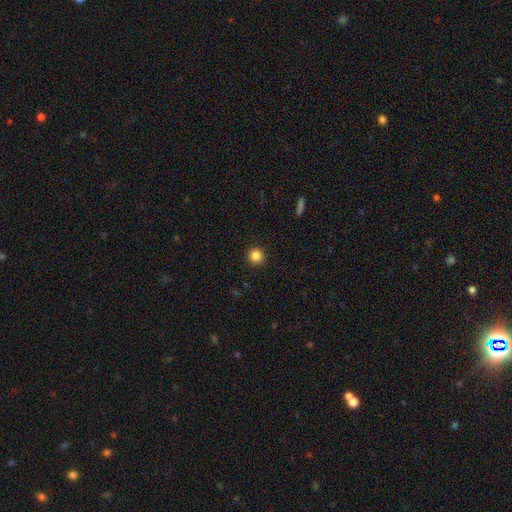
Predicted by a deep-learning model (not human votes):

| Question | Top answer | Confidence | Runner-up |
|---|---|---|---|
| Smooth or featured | smooth | 85% | star or artifact (11%) |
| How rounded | round | 93% | in between (6%) |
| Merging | none | 92% | minor disturbance (5%) |